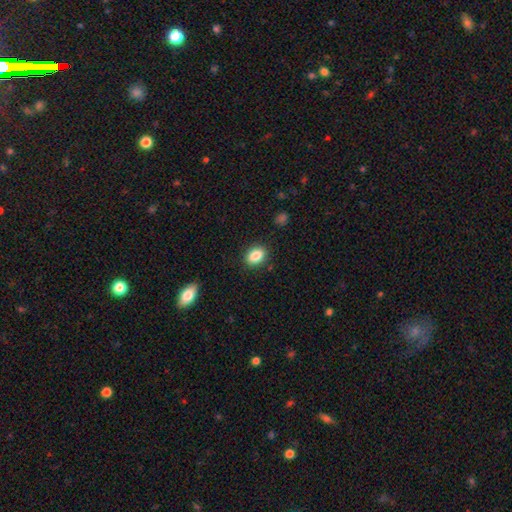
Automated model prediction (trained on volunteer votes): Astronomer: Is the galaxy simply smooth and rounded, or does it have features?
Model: smooth — 86%.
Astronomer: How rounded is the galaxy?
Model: in between — 79%.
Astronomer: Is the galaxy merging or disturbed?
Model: none — 87%.